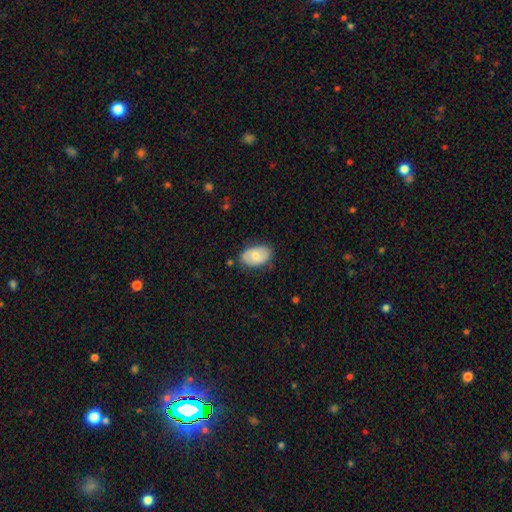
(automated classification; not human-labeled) smooth-or-featured: smooth: 66% | featured or disk: 28% | star or artifact: 6%
  how-rounded: in between: 91% | round: 8% | cigar-shaped: 1%
  merging: none: 77% | minor disturbance: 18% | major disturbance: 4% | merger: 2%